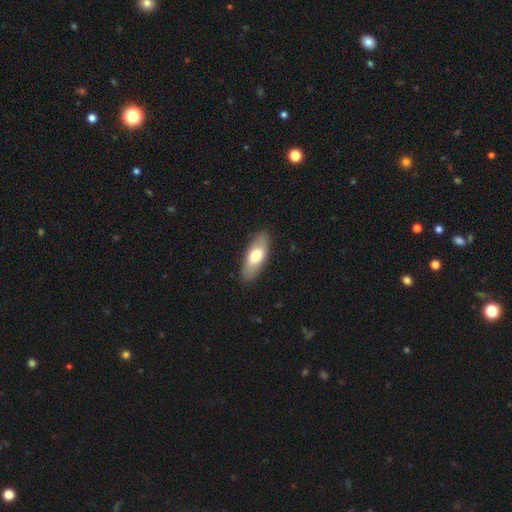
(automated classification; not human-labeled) Smooth or featured?
  - smooth: 69% *
  - featured or disk: 25%
  - star or artifact: 5%
How rounded?
  - in between: 75% *
  - cigar-shaped: 23%
  - round: 2%
Merging?
  - none: 87% *
  - minor disturbance: 10%
  - major disturbance: 2%
  - merger: 1%